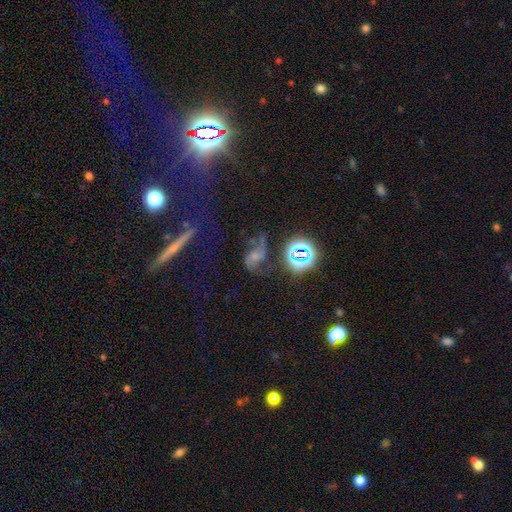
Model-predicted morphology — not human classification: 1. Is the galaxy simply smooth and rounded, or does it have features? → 53% featured or disk, 25% star or artifact, 22% smooth.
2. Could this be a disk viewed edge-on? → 95% no, 5% yes.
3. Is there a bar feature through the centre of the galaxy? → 63% no, 26% weak, 11% strong.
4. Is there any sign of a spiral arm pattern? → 83% yes, 17% no.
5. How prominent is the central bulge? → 37% small, 27% none, 26% moderate, 7% large, 3% dominant.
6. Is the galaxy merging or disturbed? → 43% none, 29% major disturbance, 21% minor disturbance, 7% merger.